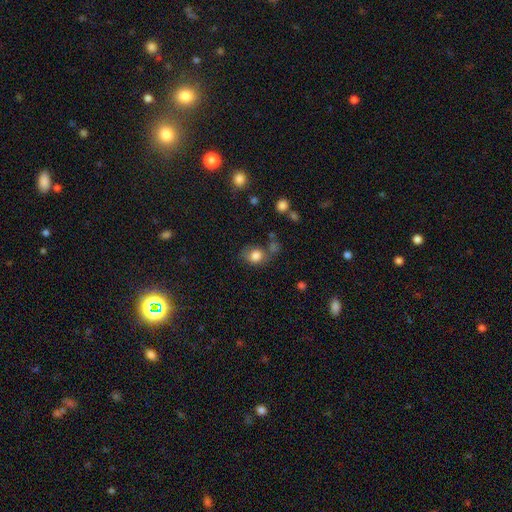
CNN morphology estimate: type=smooth (81%); roundness=round (53%); merging=none (57%).